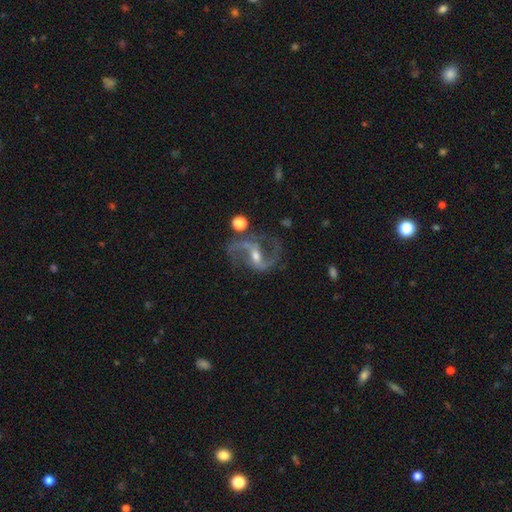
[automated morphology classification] A featured or disk galaxy (90%) with a weak bar (42%), 2 (93%) loose (52%) spiral arms (97%) and a moderate central bulge (53%).

Vote fractions:
- Smooth or featured? featured or disk: 90% / star or artifact: 6% / smooth: 4%
- Edge-on disk? no: 97% / yes: 3%
- Bar? weak: 42% / strong: 39% / no: 19%
- Spiral arms? yes: 97% / no: 3%
- Spiral winding? loose: 52% / medium: 41% / tight: 7%
- Spiral arm count? 2: 93% / 1: 2% / can't tell: 2% / 3: 1% / 4: 1% / more than 4: 1%
- Bulge size? moderate: 53% / small: 41% / large: 3% / none: 2% / dominant: 1%
- Merging? none: 72% / minor disturbance: 15% / major disturbance: 9% / merger: 4%